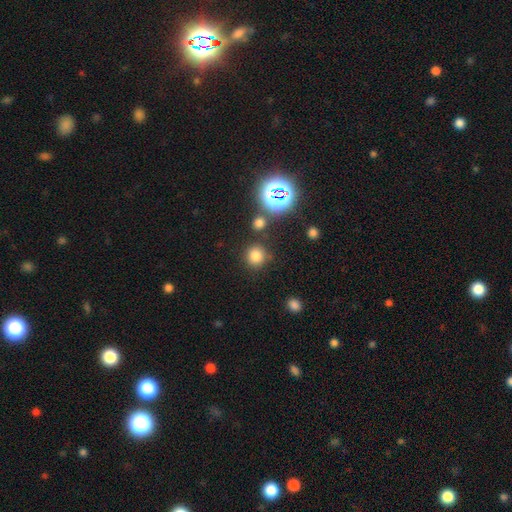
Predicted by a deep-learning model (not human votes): This is likely a smooth galaxy (75%). How rounded: clearly round (90%). Merging: clearly none (81%).